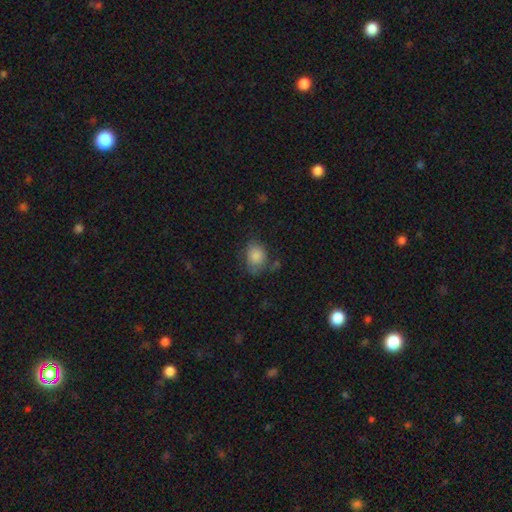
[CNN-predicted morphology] smooth-or-featured: smooth: 82% | featured or disk: 9% | star or artifact: 9%
  how-rounded: in between: 58% | round: 41% | cigar-shaped: 1%
  merging: none: 62% | minor disturbance: 25% | major disturbance: 8% | merger: 5%